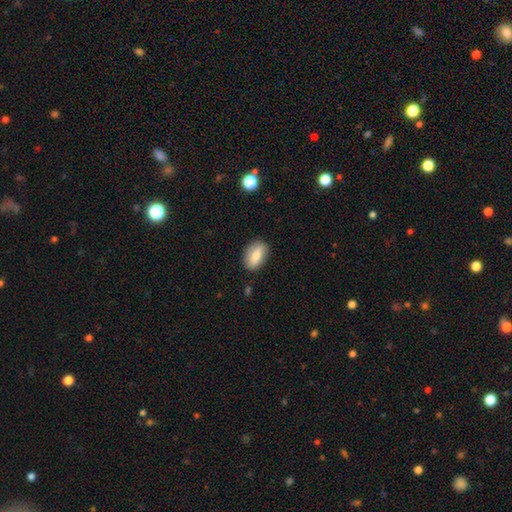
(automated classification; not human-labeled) smooth-or-featured: smooth: 76% | featured or disk: 17% | star or artifact: 7%
  how-rounded: in between: 89% | round: 8% | cigar-shaped: 3%
  merging: none: 80% | minor disturbance: 15% | major disturbance: 3% | merger: 2%